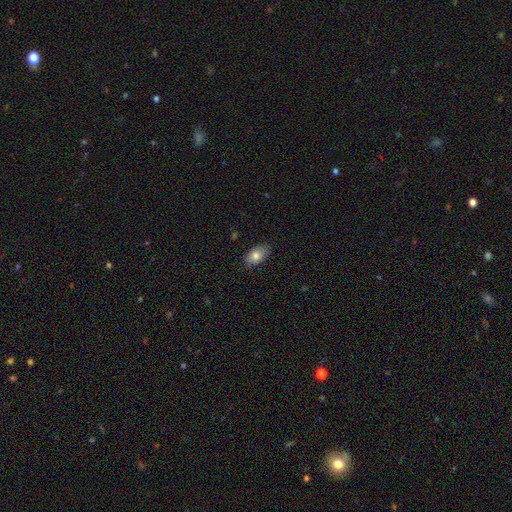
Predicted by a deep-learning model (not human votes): This appears to be a smooth galaxy with no disk features (80%) that is in between round and cigar-shaped (91%). Merging: none (83%).